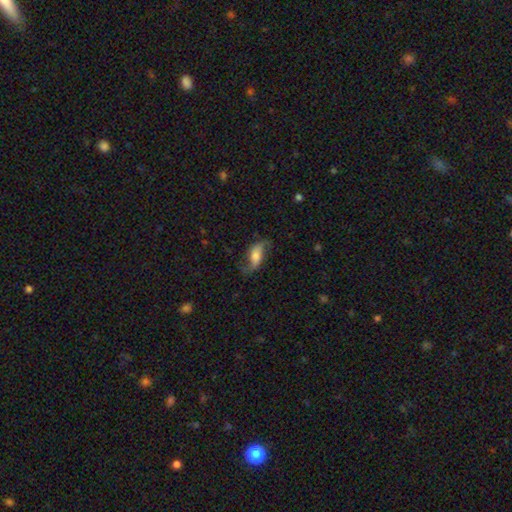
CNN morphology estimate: A featured or disk galaxy (64%) with no bar (44%), 2 (90%) loose (78%) spiral arms (91%) and a moderate central bulge (43%).

Vote fractions:
- Smooth or featured? featured or disk: 64% / smooth: 29% / star or artifact: 7%
- Edge-on disk? no: 90% / yes: 10%
- Bar? no: 44% / weak: 36% / strong: 20%
- Spiral arms? yes: 91% / no: 9%
- Spiral winding? loose: 78% / medium: 17% / tight: 5%
- Spiral arm count? 2: 90% / 1: 4% / can't tell: 3% / 3: 1% / 4: 1% / more than 4: 1%
- Bulge size? moderate: 43% / small: 25% / large: 21% / none: 8% / dominant: 4%
- Merging? none: 66% / minor disturbance: 20% / major disturbance: 12% / merger: 2%